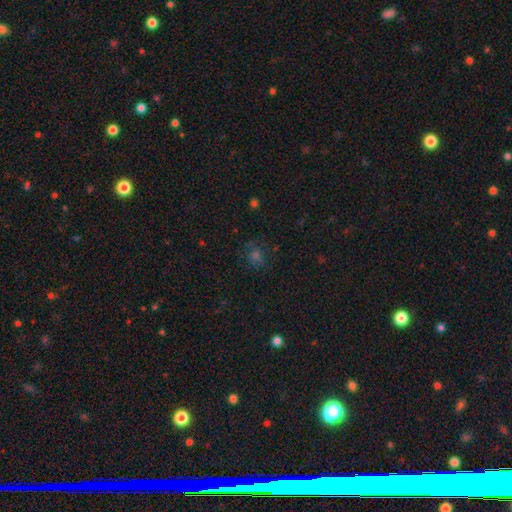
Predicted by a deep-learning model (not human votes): smooth-or-featured: smooth: 49% | star or artifact: 38% | featured or disk: 13%
  merging: none: 78% | minor disturbance: 14% | major disturbance: 6% | merger: 2%